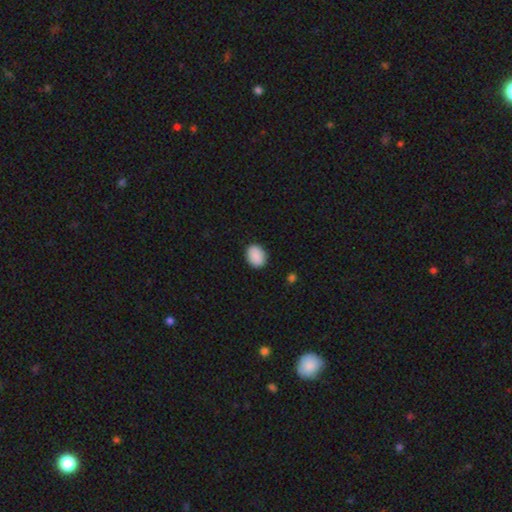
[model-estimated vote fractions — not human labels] Smooth or featured?
  - smooth: 90% *
  - star or artifact: 7%
  - featured or disk: 3%
How rounded?
  - in between: 63% *
  - round: 36%
  - cigar-shaped: 1%
Merging?
  - none: 89% *
  - minor disturbance: 8%
  - major disturbance: 2%
  - merger: 1%